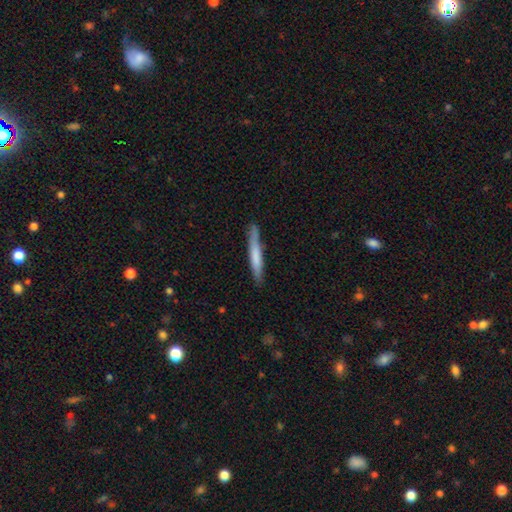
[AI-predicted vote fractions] smooth-or-featured: smooth: 66% | featured or disk: 29% | star or artifact: 5%
  how-rounded: cigar-shaped: 95% | in between: 4% | round: 1%
  merging: none: 84% | minor disturbance: 12% | major disturbance: 2% | merger: 1%